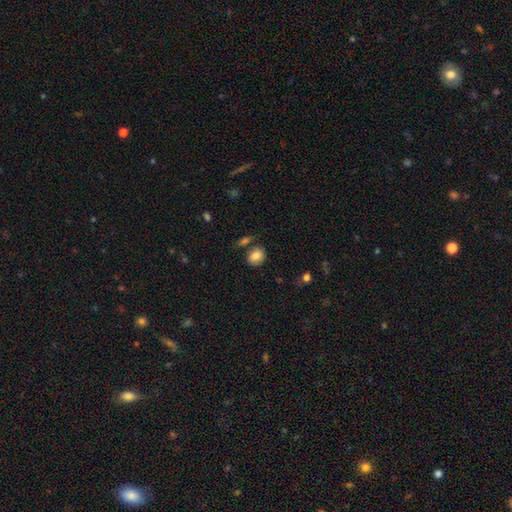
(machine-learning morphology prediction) This appears to be a smooth galaxy with no disk features (84%) that is round (52%). Merging: none (74%).